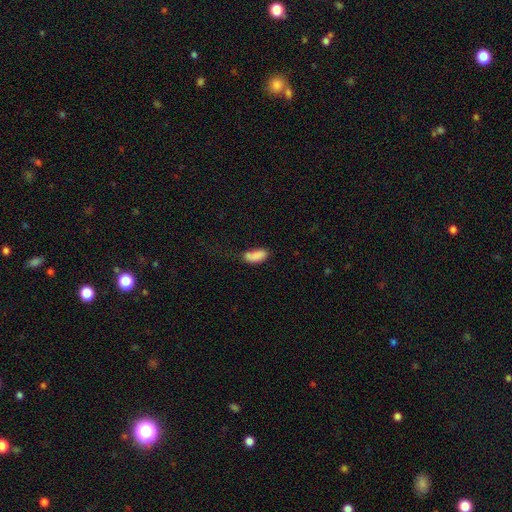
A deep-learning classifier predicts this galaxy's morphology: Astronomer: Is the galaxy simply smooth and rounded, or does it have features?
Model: smooth — 83%.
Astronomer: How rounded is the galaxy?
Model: in between — 87%.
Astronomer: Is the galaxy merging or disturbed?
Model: none — 46% (runner-up: minor disturbance, 26%).